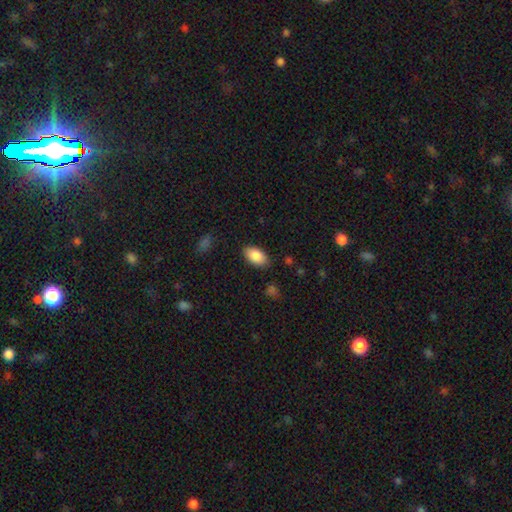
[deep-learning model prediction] Overall: smooth (87%). How rounded: in between (94%). Merging: none (86%).